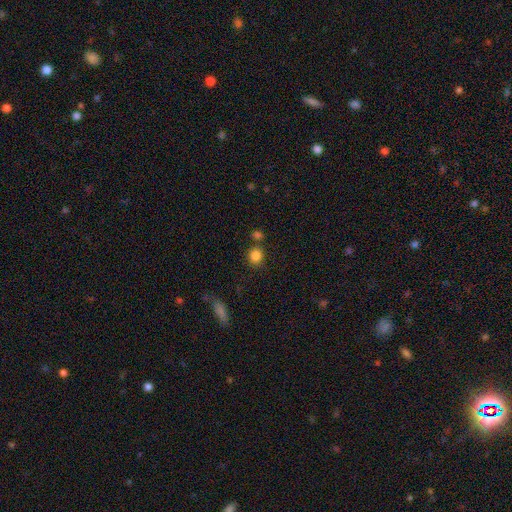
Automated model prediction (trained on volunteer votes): Morphology: type=smooth (84%); roundness=round (84%); merging=none (74%).